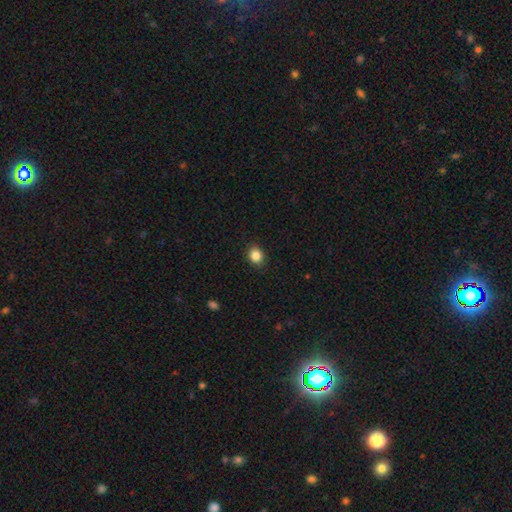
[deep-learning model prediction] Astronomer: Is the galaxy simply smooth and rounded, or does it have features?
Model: smooth — 86%.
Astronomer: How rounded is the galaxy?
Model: round — 62%.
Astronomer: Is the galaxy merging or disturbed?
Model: none — 88%.